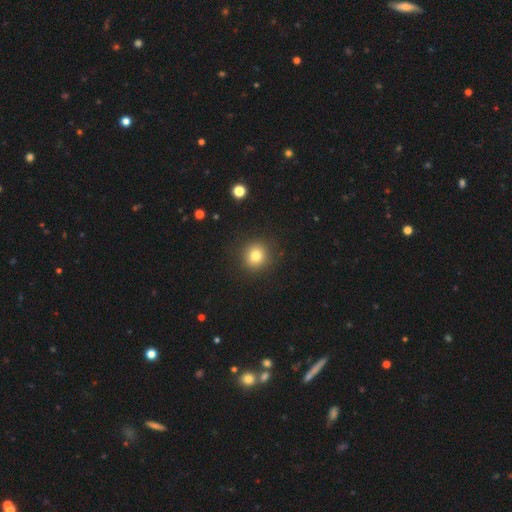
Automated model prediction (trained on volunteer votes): A smooth galaxy with no disk features (79%) that is round (88%).

Vote fractions:
- Smooth or featured? smooth: 79% / star or artifact: 13% / featured or disk: 8%
- How rounded? round: 88% / in between: 11% / cigar-shaped: 1%
- Merging? none: 90% / minor disturbance: 6% / major disturbance: 2% / merger: 1%